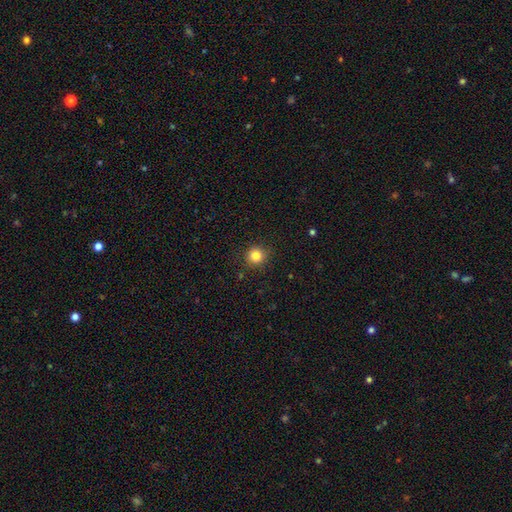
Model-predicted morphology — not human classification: A smooth galaxy with no disk features (83%) that is round (93%). Merging: none (90%).